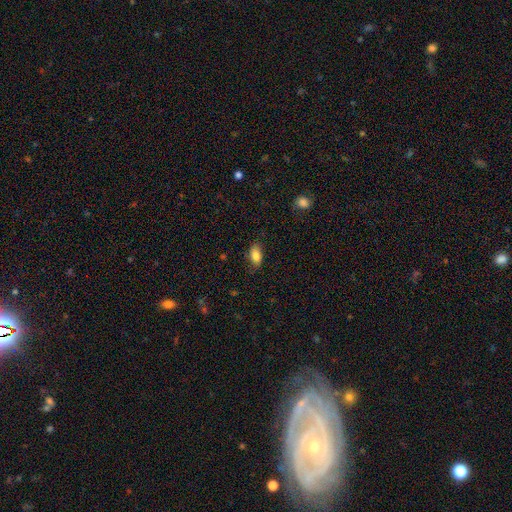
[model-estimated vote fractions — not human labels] This is clearly a smooth galaxy (83%). How rounded: clearly in between (88%). Merging: likely none (78%).